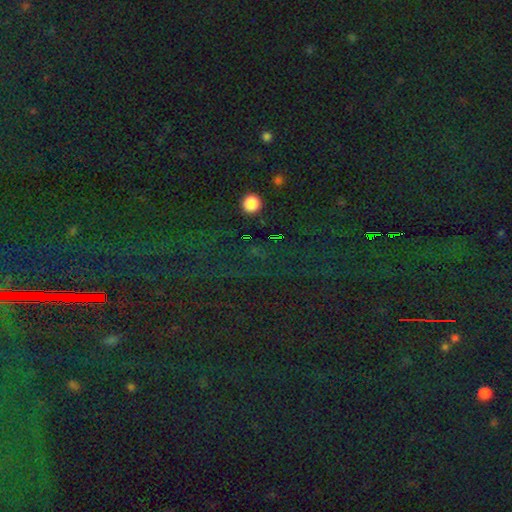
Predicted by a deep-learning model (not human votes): This appears to be a star or artifact, not a galaxy (82%).